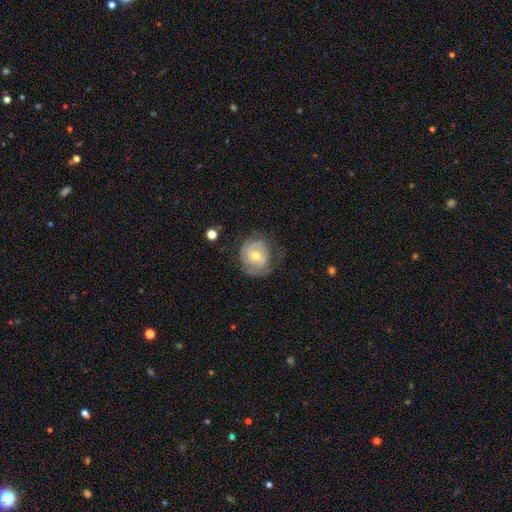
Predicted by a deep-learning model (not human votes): This appears to be a featured or disk galaxy (64%) with no bar (67%), spiral arms (78%) and a moderate central bulge (62%). Merging: none (62%).